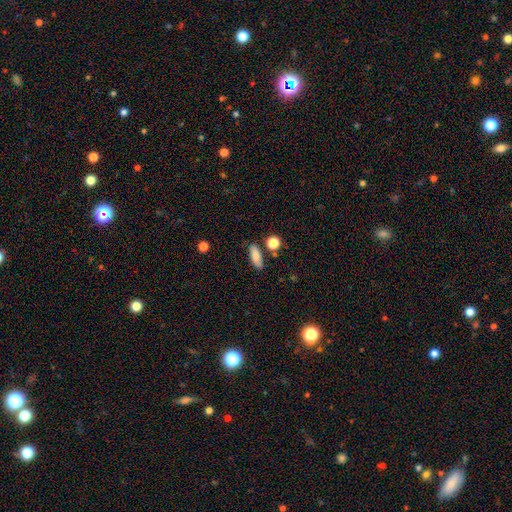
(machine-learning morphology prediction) The model was most divided on "how rounded": in between: 65%, cigar-shaped: 29%, round: 6%. More confident: merging — none (77%); smooth or featured — smooth (76%).